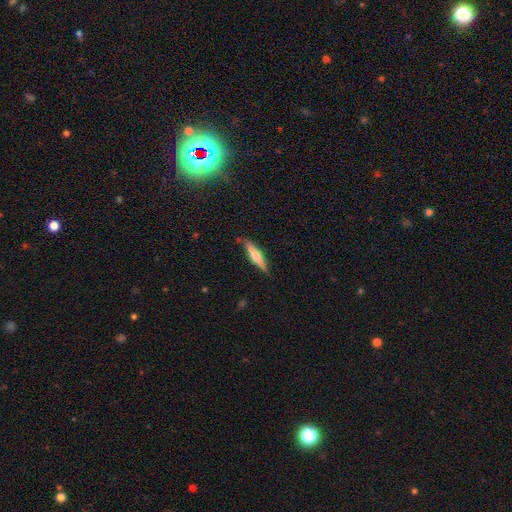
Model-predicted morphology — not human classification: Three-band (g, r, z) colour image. It shows a featured or disk galaxy (47%, tied with smooth). Merging: none (87%).